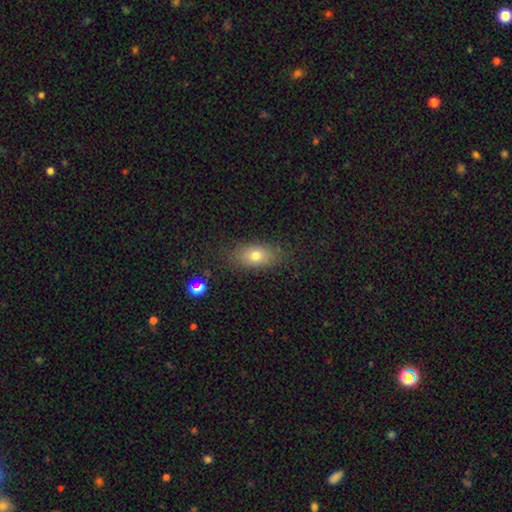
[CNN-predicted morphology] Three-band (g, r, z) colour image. It shows a smooth galaxy with no disk features (74%) that is in between round and cigar-shaped (82%). Merging: none (82%).